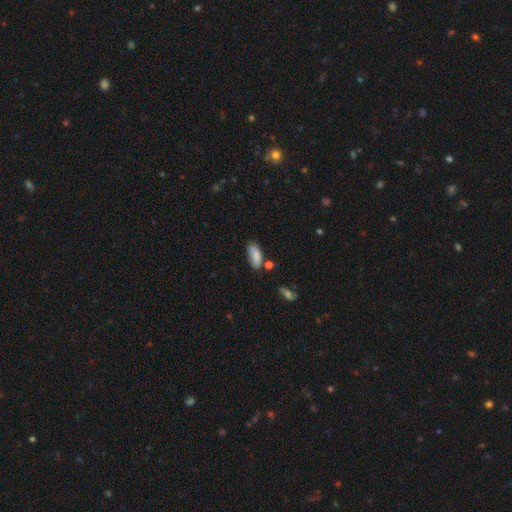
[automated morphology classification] A smooth galaxy with no disk features (83%) that is in between round and cigar-shaped (79%).

Vote fractions:
- Smooth or featured? smooth: 83% / featured or disk: 9% / star or artifact: 8%
- How rounded? in between: 79% / cigar-shaped: 18% / round: 2%
- Merging? none: 56% / minor disturbance: 28% / merger: 8% / major disturbance: 8%